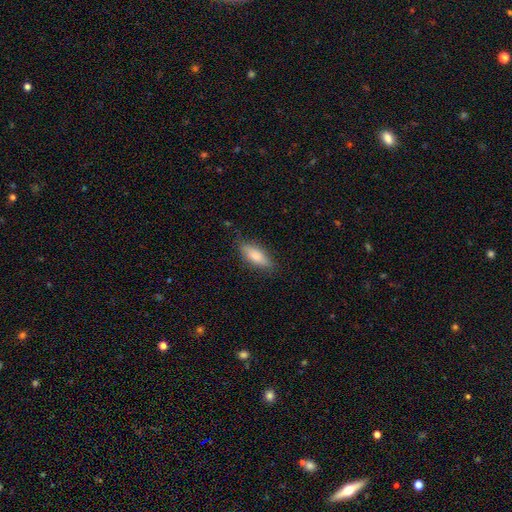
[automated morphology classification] A smooth galaxy with no disk features (76%) that is in between round and cigar-shaped (61%). Merging: none (79%).